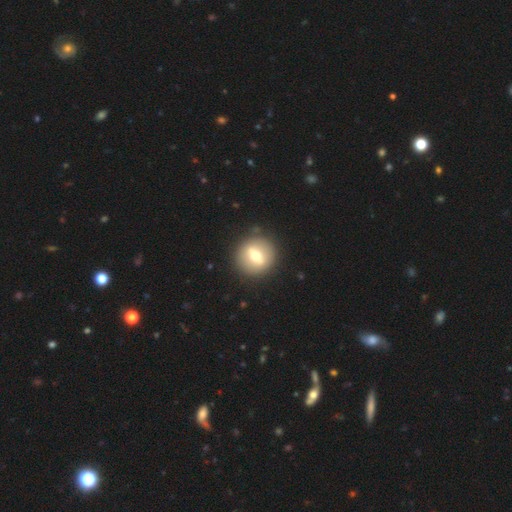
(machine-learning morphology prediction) featured or disk 50%, smooth 42%, star or artifact 8%. Down the decision tree: merging — none (87%).